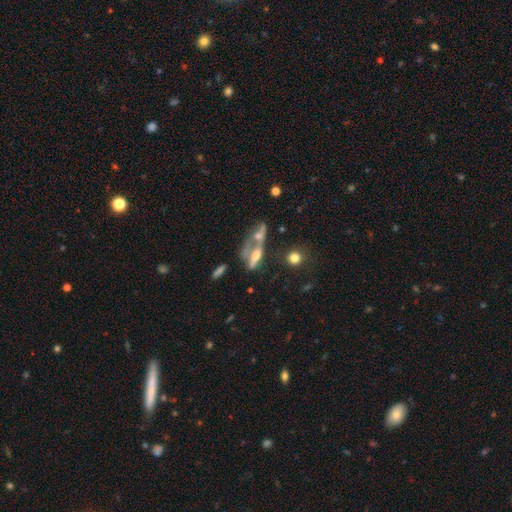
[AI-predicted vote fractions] featured or disk 49%, smooth 36%, star or artifact 15%. Down the decision tree: merging — merger (52%).